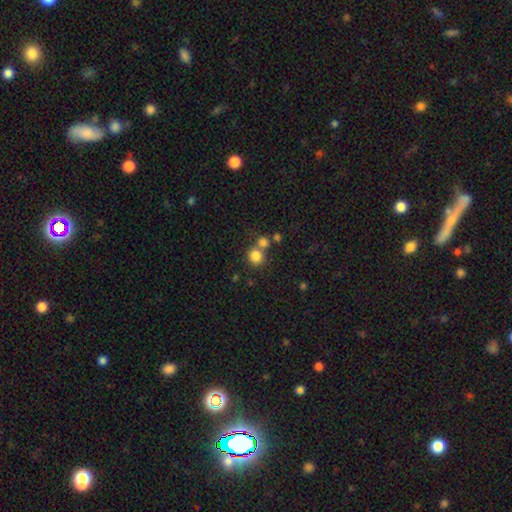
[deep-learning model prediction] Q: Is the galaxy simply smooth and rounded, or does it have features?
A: smooth — 81%.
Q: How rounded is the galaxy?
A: round — 87%.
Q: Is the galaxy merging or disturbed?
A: none — 59%.